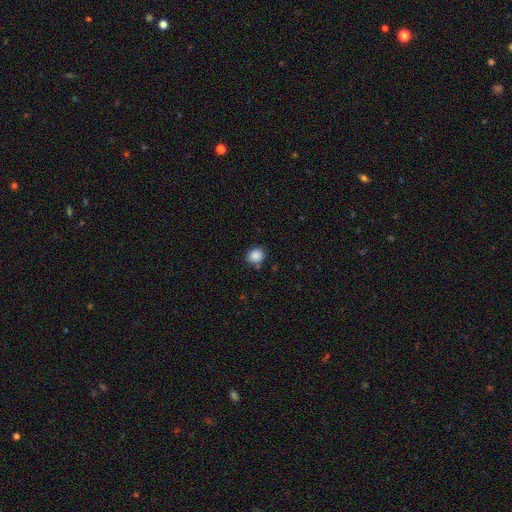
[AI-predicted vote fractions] A smooth galaxy with no disk features (88%) that is round (74%). Merging: none (81%).